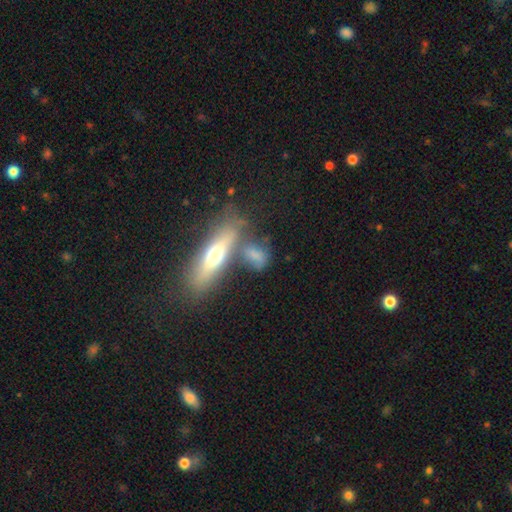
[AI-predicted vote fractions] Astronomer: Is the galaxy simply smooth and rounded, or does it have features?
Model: smooth — 63%.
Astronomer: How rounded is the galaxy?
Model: in between — 62%.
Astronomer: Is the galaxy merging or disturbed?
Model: none — 46% (runner-up: merger, 27%).